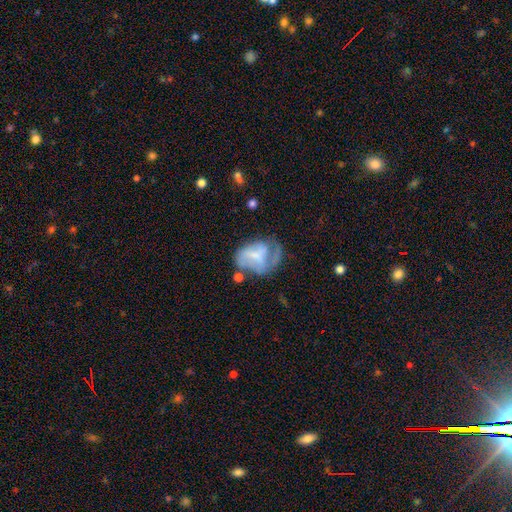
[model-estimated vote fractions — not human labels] Overall: featured or disk (56%; smooth 36%). Edge-on disk: no (97%). Bar: no (50%; weak 38%). Spiral arms: yes (59%; no 41%). Bulge size: none (38%; small 33%). Merging: major disturbance (39%; none 29%).